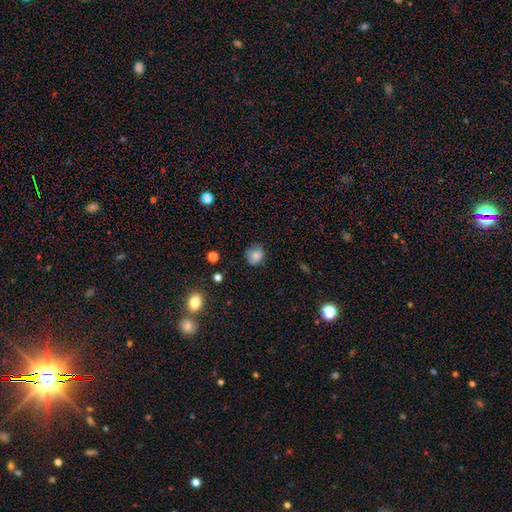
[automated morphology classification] Q: Smooth or featured?
A: smooth (81%); runner-up: star or artifact (11%)
Q: How rounded?
A: round (72%); runner-up: in between (27%)
Q: Merging?
A: none (73%); runner-up: minor disturbance (21%)